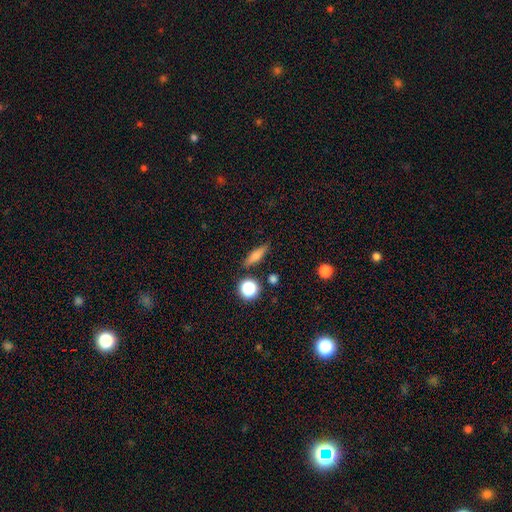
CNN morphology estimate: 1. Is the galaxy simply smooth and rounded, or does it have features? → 71% smooth, 19% featured or disk, 10% star or artifact.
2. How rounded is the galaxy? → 57% cigar-shaped, 33% in between, 10% round.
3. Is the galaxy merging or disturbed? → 84% none, 10% minor disturbance, 3% merger, 3% major disturbance.